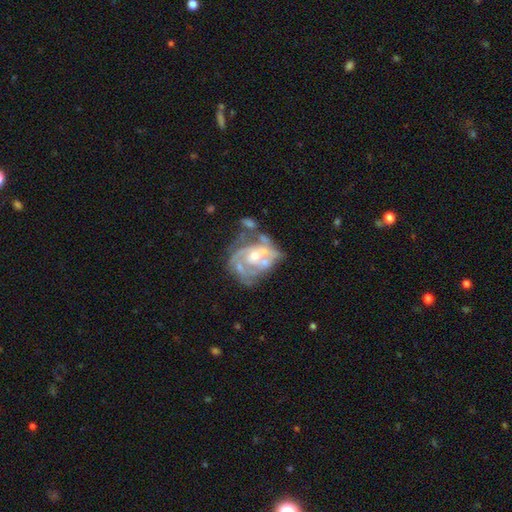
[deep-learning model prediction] A featured or disk galaxy (79%) with no bar (71%), spiral arms (63%) and a moderate central bulge (55%). Merging: none (35%).